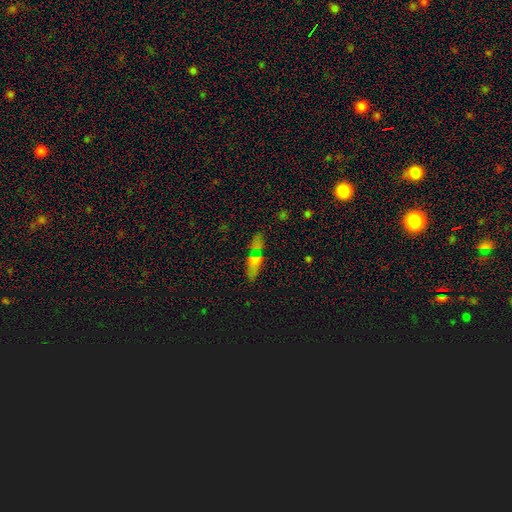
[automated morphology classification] smooth_or_featured: smooth (p=0.58) [alt: star or artifact p=0.25]
how_rounded: in between (p=0.61) [alt: cigar-shaped p=0.31]
merging: none (p=0.72) [alt: minor disturbance p=0.15]